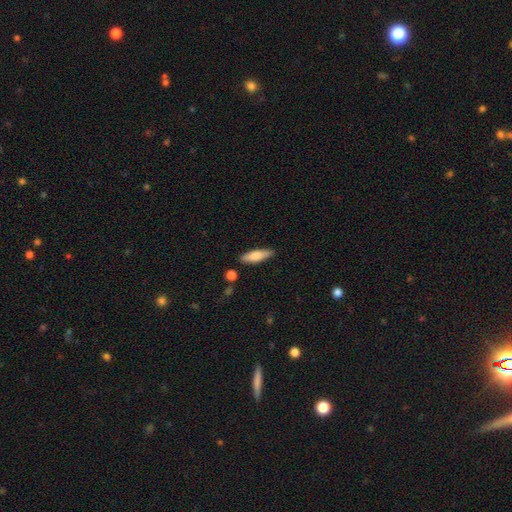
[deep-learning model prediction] A smooth galaxy with no disk features (74%) that is cigar-shaped (57%). Merging: none (84%).